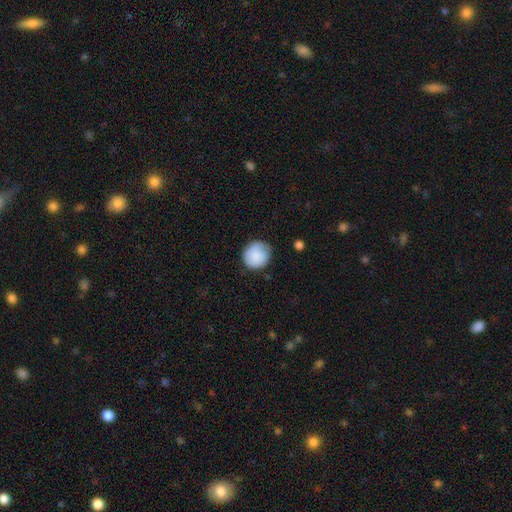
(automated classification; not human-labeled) Q: Smooth or featured?
A: smooth (85%); runner-up: featured or disk (8%)
Q: How rounded?
A: round (88%); runner-up: in between (11%)
Q: Merging?
A: none (76%); runner-up: minor disturbance (19%)